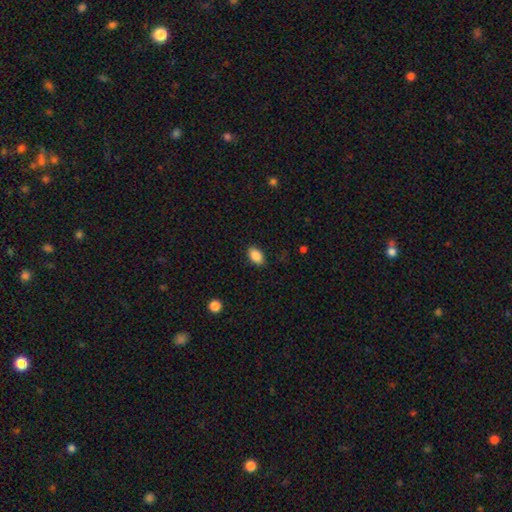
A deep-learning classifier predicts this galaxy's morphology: Smooth or featured? Predicted: smooth (p=0.87). How rounded? Predicted: in between (p=0.90). Merging? Predicted: none (p=0.87).